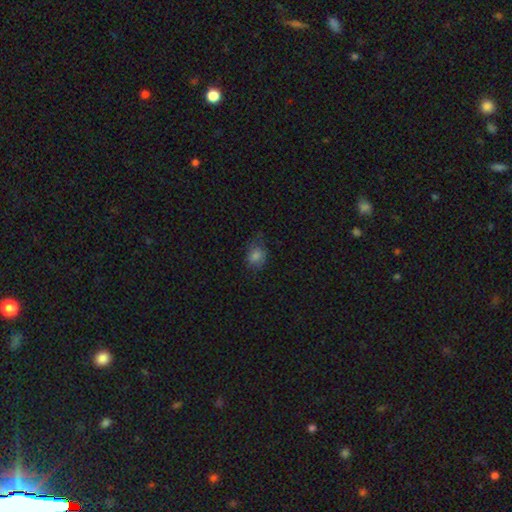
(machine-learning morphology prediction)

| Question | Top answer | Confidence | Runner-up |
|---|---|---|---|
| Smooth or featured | smooth | 73% | star or artifact (15%) |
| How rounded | round | 50% | in between (48%) |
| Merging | none | 60% | minor disturbance (27%) |